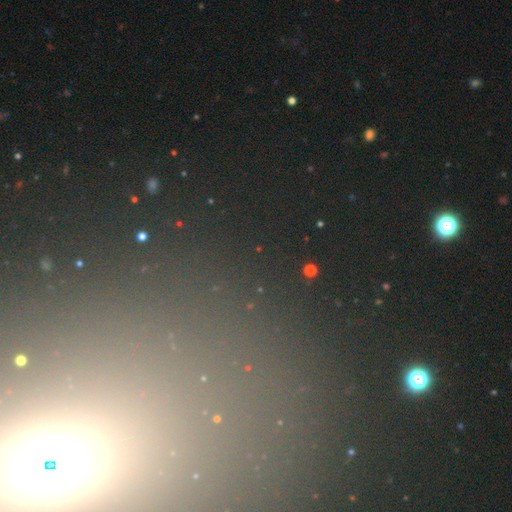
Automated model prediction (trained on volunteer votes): A star or artifact, not a galaxy (71%).